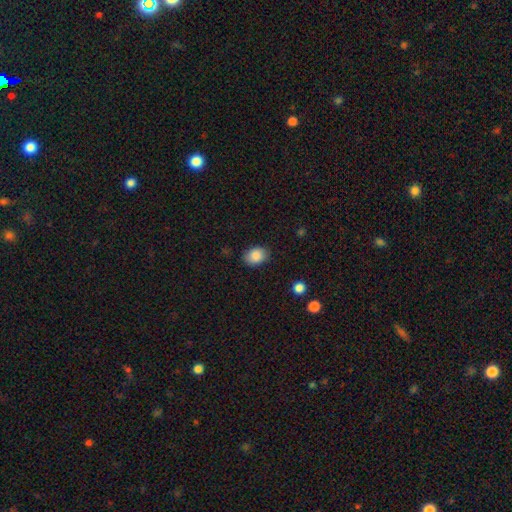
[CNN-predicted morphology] Smooth or featured?
  - smooth: 87% *
  - star or artifact: 8%
  - featured or disk: 5%
How rounded?
  - in between: 70% *
  - round: 29%
  - cigar-shaped: 1%
Merging?
  - none: 83% *
  - minor disturbance: 13%
  - major disturbance: 3%
  - merger: 1%